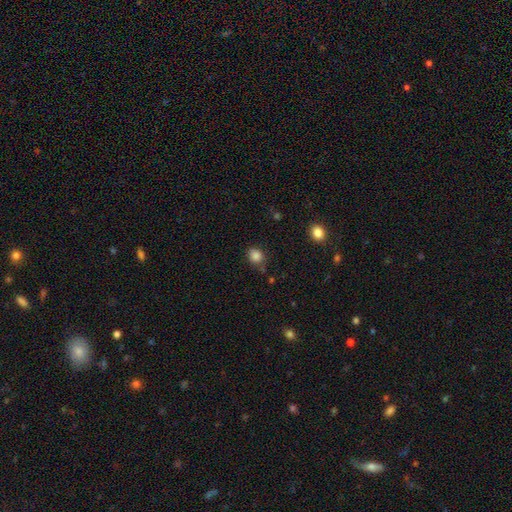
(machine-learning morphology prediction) The model was most divided on "how rounded": round: 67%, in between: 33%, cigar-shaped: 1%. More confident: smooth or featured — smooth (84%); merging — none (75%).